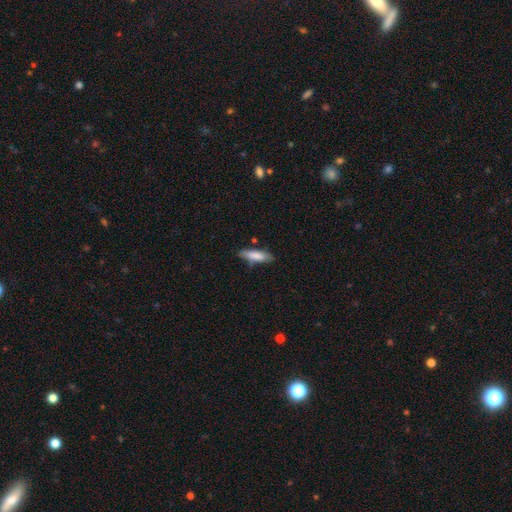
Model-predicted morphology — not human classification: This appears to be a smooth galaxy with no disk features (81%) that is cigar-shaped (58%). Merging: none (75%).